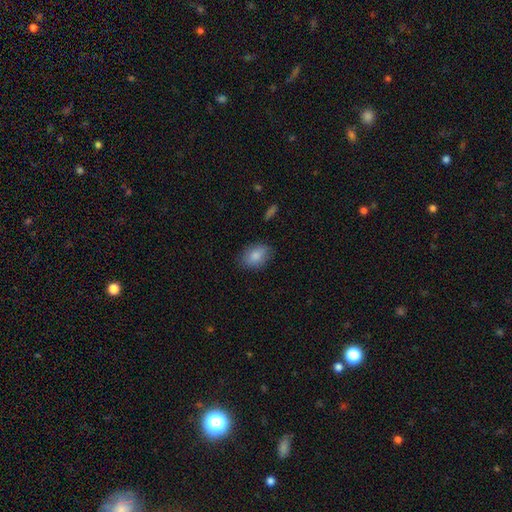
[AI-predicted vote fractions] Smooth or featured? Predicted: smooth (p=0.86). How rounded? Predicted: in between (p=0.79). Merging? Predicted: none (p=0.80).